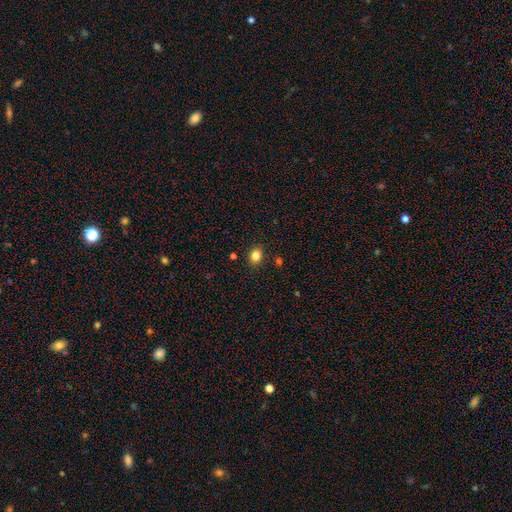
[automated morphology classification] Overall: smooth (83%). How rounded: round (59%; in between 40%). Merging: none (88%).